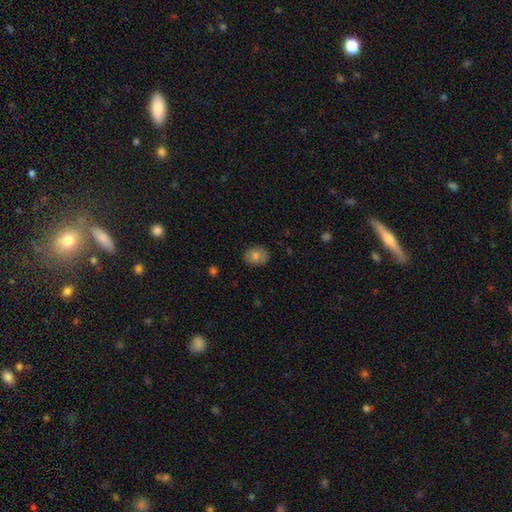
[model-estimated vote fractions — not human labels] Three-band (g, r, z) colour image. It shows a smooth galaxy with no disk features (74%) that is in between round and cigar-shaped (56%). Merging: none (83%).